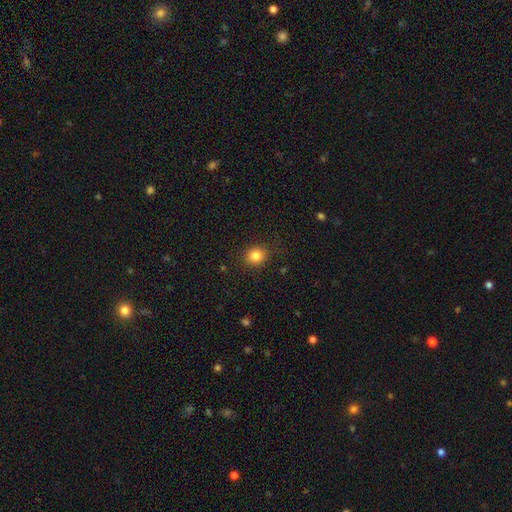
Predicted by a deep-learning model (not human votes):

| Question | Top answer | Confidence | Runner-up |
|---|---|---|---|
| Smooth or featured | smooth | 83% | star or artifact (11%) |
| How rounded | round | 81% | in between (18%) |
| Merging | none | 88% | minor disturbance (8%) |